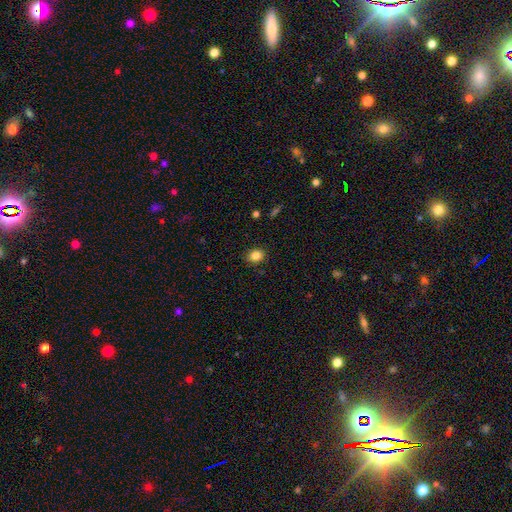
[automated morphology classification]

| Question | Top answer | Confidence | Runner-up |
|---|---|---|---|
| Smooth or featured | smooth | 84% | star or artifact (10%) |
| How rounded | round | 57% | in between (42%) |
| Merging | none | 88% | minor disturbance (9%) |